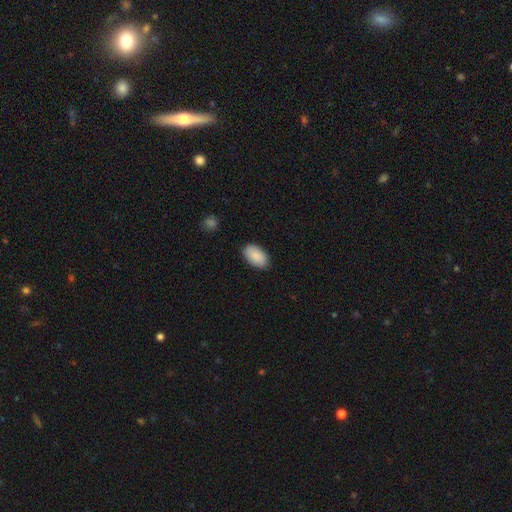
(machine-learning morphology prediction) Q: Smooth or featured?
A: smooth (90%); runner-up: star or artifact (6%)
Q: How rounded?
A: in between (95%); runner-up: round (4%)
Q: Merging?
A: none (87%); runner-up: minor disturbance (10%)